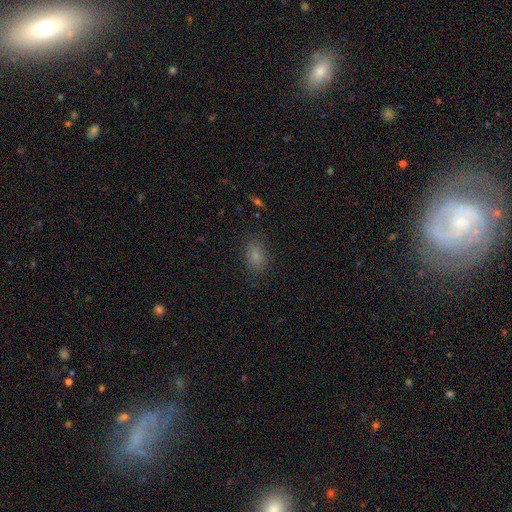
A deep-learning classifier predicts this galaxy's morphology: A smooth galaxy with no disk features (80%) that is in between round and cigar-shaped (82%).

Vote fractions:
- Smooth or featured? smooth: 80% / star or artifact: 13% / featured or disk: 8%
- How rounded? in between: 82% / round: 16% / cigar-shaped: 2%
- Merging? none: 82% / minor disturbance: 13% / major disturbance: 4% / merger: 1%